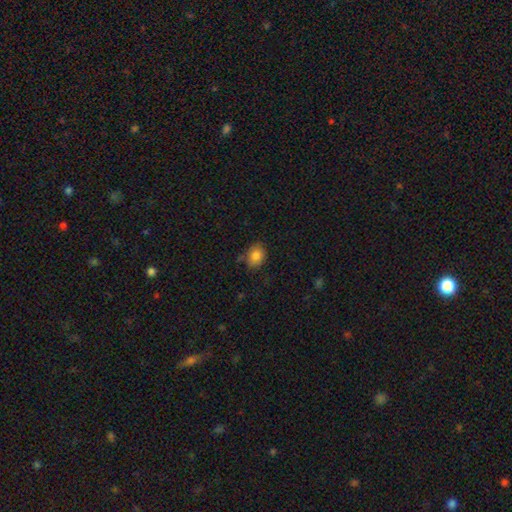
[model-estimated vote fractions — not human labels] Smooth or featured? Predicted: smooth (p=0.84). How rounded? Predicted: in between (p=0.52). Merging? Predicted: none (p=0.68).